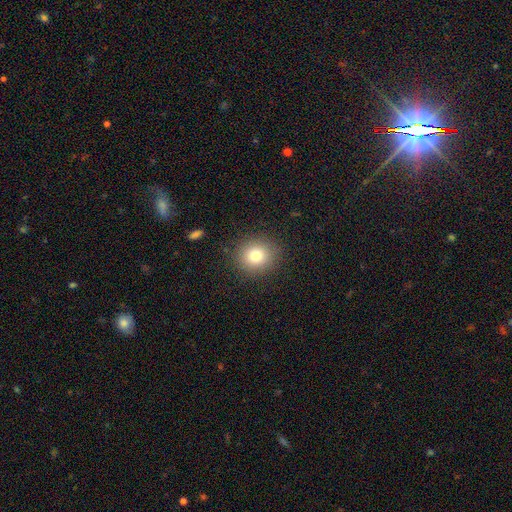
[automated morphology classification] smooth 79%, star or artifact 12%, featured or disk 9%. Down the decision tree: how rounded — round (85%); merging — none (88%).